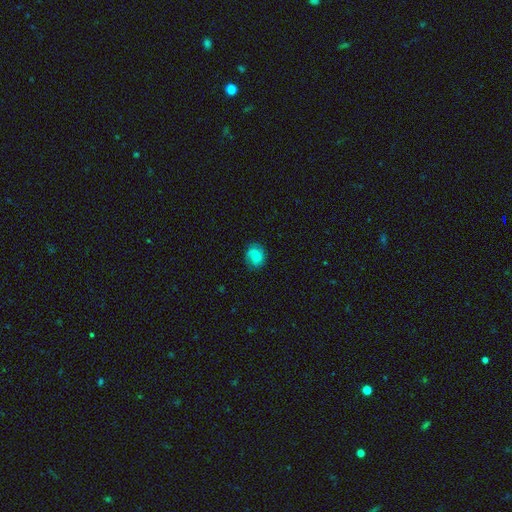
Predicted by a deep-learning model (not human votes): smooth 64%, featured or disk 26%, star or artifact 9%. Down the decision tree: how rounded — round (60%); merging — none (74%).